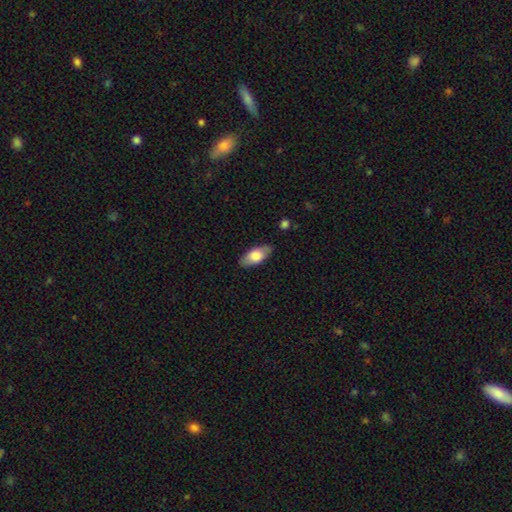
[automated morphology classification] Smooth or featured: smooth — 71% (featured or disk — 23%)
How rounded: in between — 86% (cigar-shaped — 11%)
Merging: none — 84% (minor disturbance — 12%)